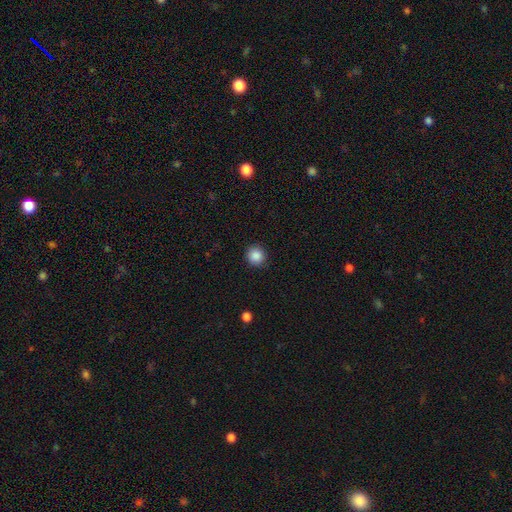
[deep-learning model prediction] Morphology: type=smooth (87%); roundness=round (92%); merging=none (90%).